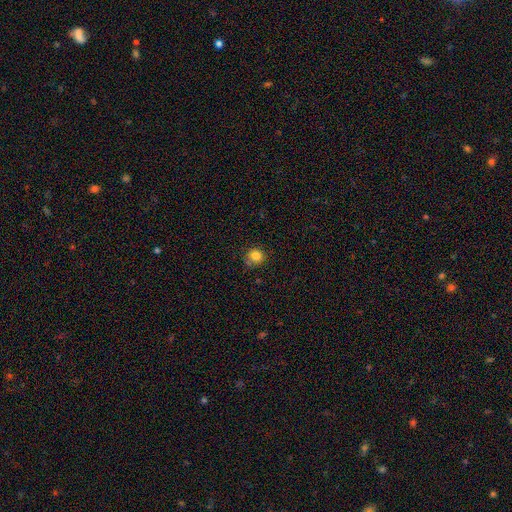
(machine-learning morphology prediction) The model was most divided on "merging": none: 76%, minor disturbance: 17%, major disturbance: 4%, merger: 3%. More confident: how rounded — round (87%); smooth or featured — smooth (83%).